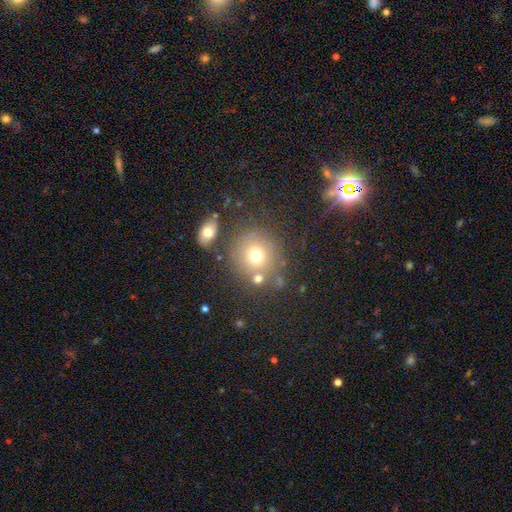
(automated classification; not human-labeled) smooth_or_featured: smooth (p=0.70) [alt: star or artifact p=0.16]
how_rounded: round (p=0.88) [alt: in between p=0.11]
merging: none (p=0.70) [alt: minor disturbance p=0.12]